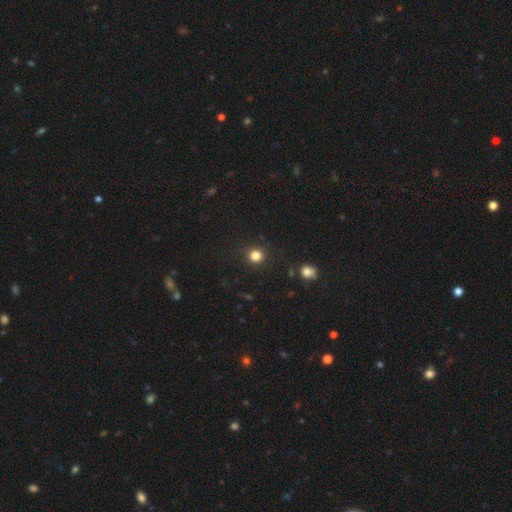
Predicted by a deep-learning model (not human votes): Overall: smooth (82%). How rounded: round (90%). Merging: none (88%).